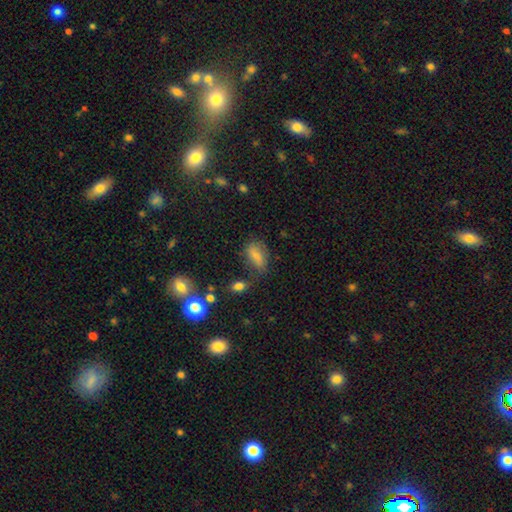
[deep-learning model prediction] A smooth galaxy with no disk features (74%) that is in between round and cigar-shaped (84%). Merging: none (62%).